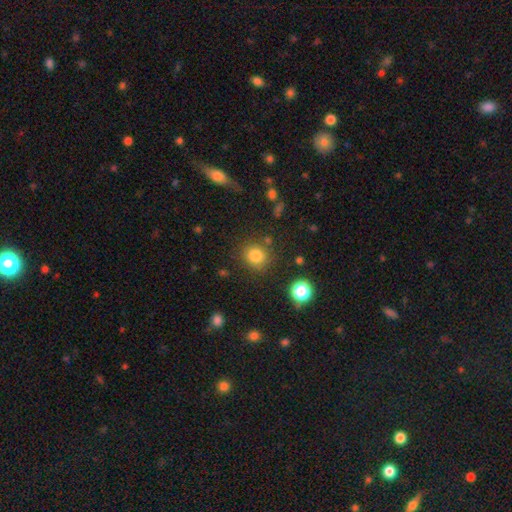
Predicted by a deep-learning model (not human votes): Smooth or featured? Predicted: smooth (p=0.81). How rounded? Predicted: round (p=0.86). Merging? Predicted: none (p=0.82).